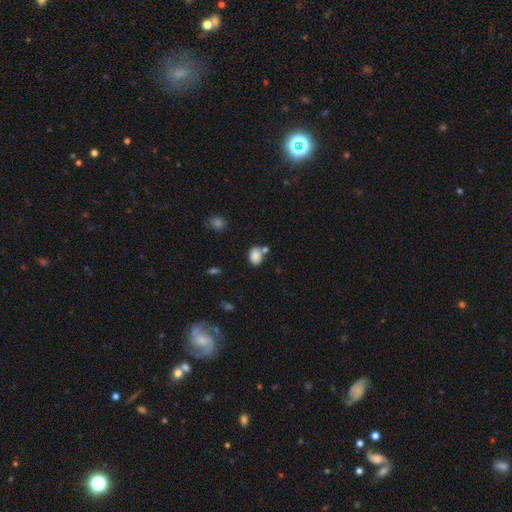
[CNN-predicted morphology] This appears to be a smooth galaxy with no disk features (85%) that is in between round and cigar-shaped (70%). Merging: none (61%).